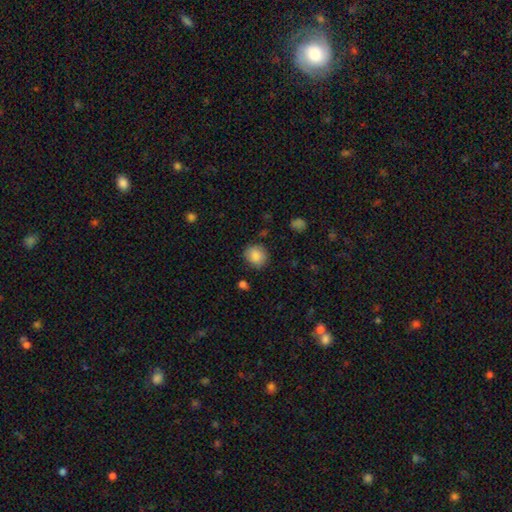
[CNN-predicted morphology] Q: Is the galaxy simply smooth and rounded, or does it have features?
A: smooth — 86%.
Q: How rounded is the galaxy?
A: round — 76%.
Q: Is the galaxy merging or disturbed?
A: none — 83%.